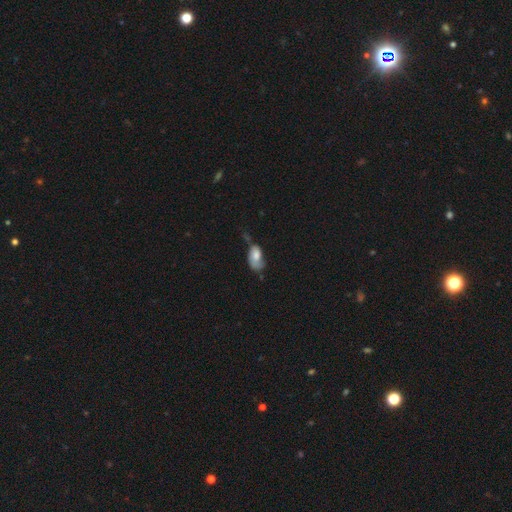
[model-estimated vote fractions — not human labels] Smooth or featured: smooth — 62% (featured or disk — 30%)
How rounded: in between — 91% (round — 6%)
Merging: minor disturbance — 32% (major disturbance — 30%)